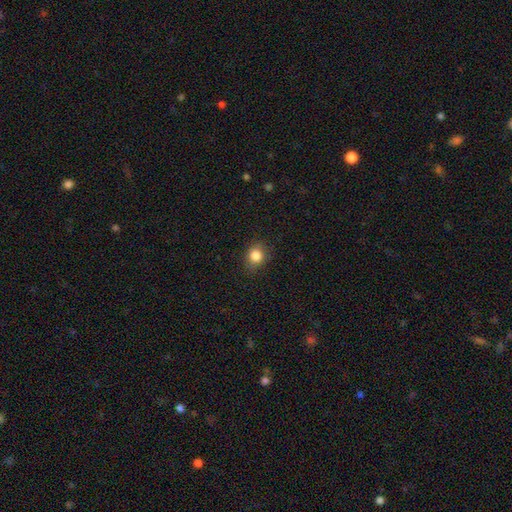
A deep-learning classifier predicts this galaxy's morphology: Smooth or featured?
  - smooth: 84% *
  - star or artifact: 11%
  - featured or disk: 5%
How rounded?
  - round: 70% *
  - in between: 29%
  - cigar-shaped: 1%
Merging?
  - none: 84% *
  - minor disturbance: 12%
  - major disturbance: 3%
  - merger: 1%